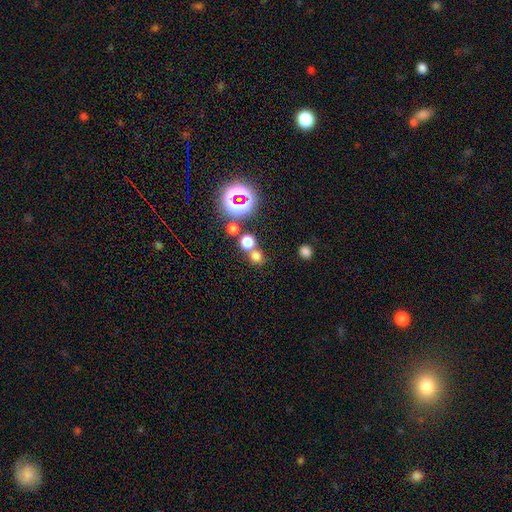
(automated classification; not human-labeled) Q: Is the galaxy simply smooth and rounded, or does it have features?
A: smooth — 65%.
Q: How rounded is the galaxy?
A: round — 87%.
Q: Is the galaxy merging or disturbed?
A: none — 60%.